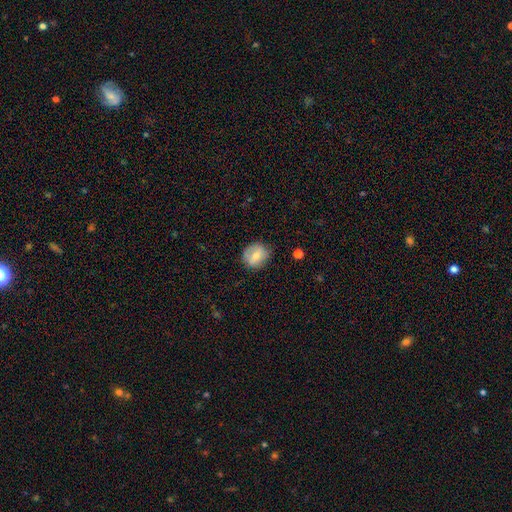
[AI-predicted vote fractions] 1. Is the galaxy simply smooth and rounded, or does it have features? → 67% smooth, 25% featured or disk, 8% star or artifact.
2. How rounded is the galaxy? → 70% round, 29% in between, 1% cigar-shaped.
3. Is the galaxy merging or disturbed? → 75% none, 18% minor disturbance, 5% major disturbance, 1% merger.